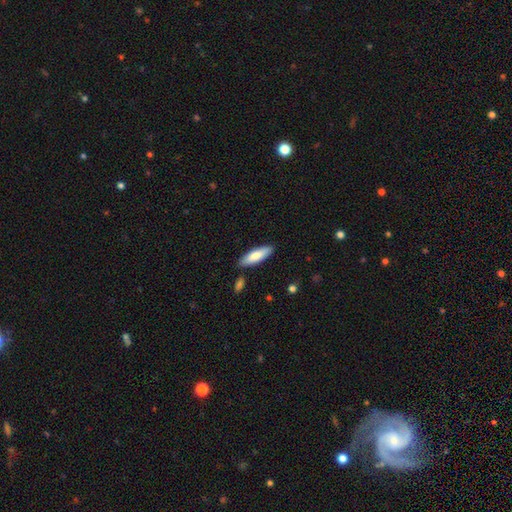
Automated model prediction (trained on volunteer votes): Smooth or featured?
  - smooth: 80% *
  - featured or disk: 15%
  - star or artifact: 5%
How rounded?
  - cigar-shaped: 52% *
  - in between: 47%
  - round: 1%
Merging?
  - none: 84% *
  - minor disturbance: 10%
  - merger: 4%
  - major disturbance: 2%